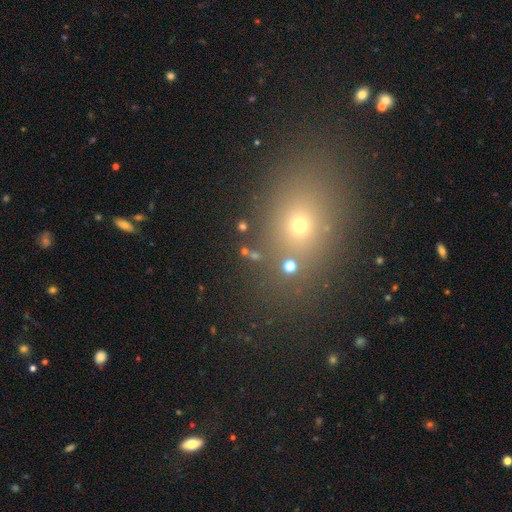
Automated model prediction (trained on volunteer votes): Smooth or featured?
  - smooth: 57% *
  - star or artifact: 30%
  - featured or disk: 13%
How rounded?
  - in between: 59% *
  - round: 39%
  - cigar-shaped: 2%
Merging?
  - none: 80% *
  - minor disturbance: 10%
  - merger: 5%
  - major disturbance: 5%